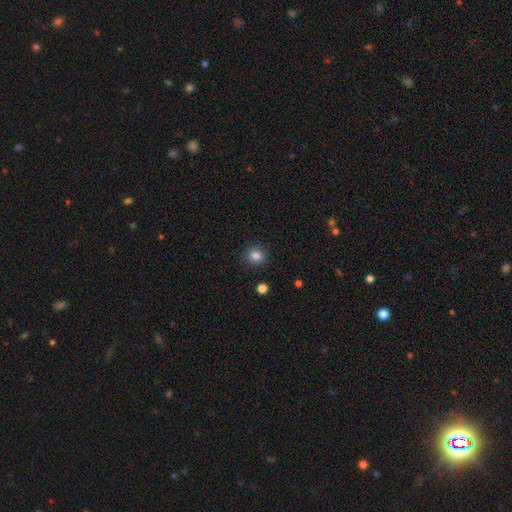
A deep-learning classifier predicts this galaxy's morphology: type=smooth (85%); roundness=round (87%); merging=none (90%).